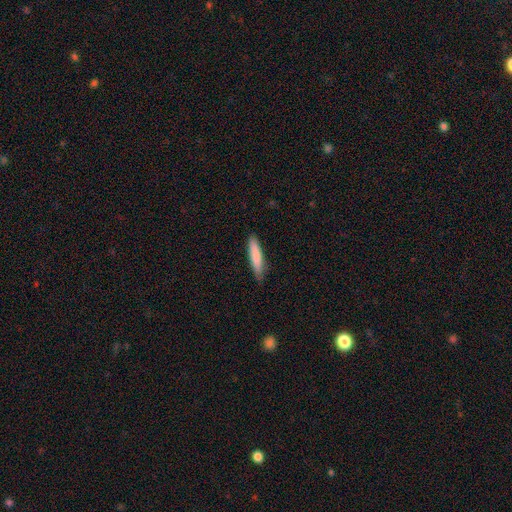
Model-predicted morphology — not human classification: smooth_or_featured: smooth (p=0.83) [alt: featured or disk p=0.11]
how_rounded: cigar-shaped (p=0.86) [alt: in between p=0.13]
merging: none (p=0.83) [alt: minor disturbance p=0.14]